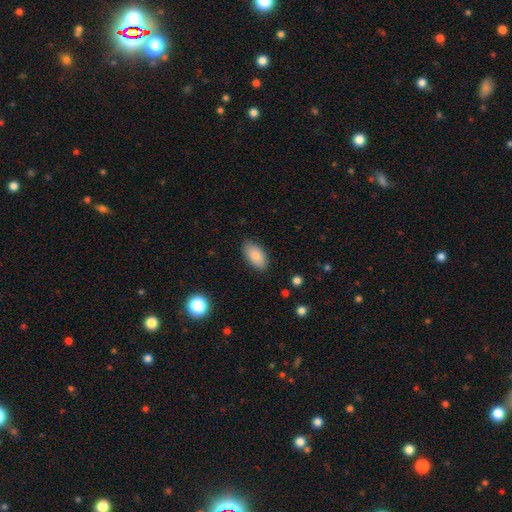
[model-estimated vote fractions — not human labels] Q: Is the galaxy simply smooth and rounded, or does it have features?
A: smooth — 84%.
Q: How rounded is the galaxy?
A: in between — 94%.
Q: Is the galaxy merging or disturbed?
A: none — 85%.